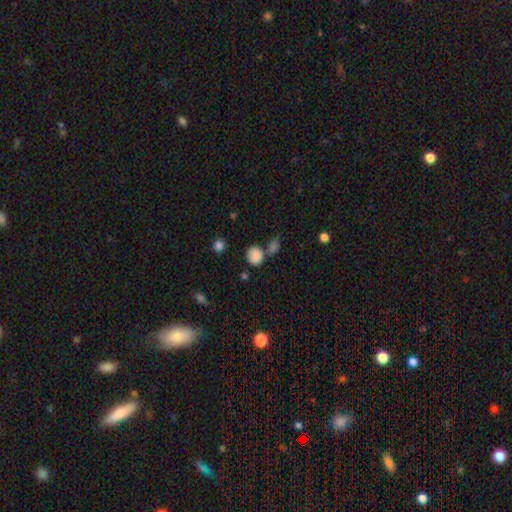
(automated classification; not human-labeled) A smooth galaxy with no disk features (84%) that is round (68%).

Vote fractions:
- Smooth or featured? smooth: 84% / star or artifact: 11% / featured or disk: 5%
- How rounded? round: 68% / in between: 31% / cigar-shaped: 1%
- Merging? none: 59% / merger: 25% / minor disturbance: 12% / major disturbance: 4%